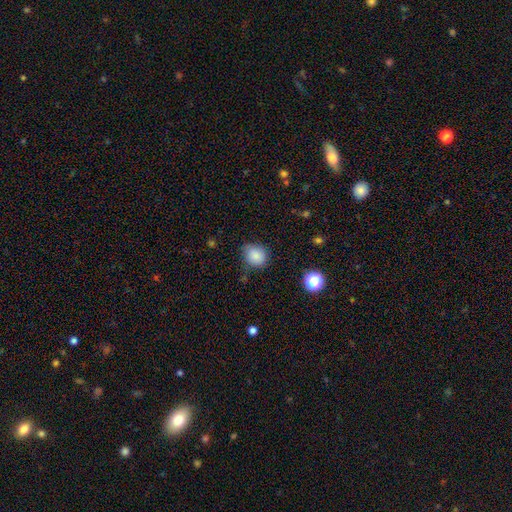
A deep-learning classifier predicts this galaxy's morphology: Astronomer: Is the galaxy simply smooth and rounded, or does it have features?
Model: smooth — 85%.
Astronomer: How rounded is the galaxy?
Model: round — 70%.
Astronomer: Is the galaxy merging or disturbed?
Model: none — 74%.